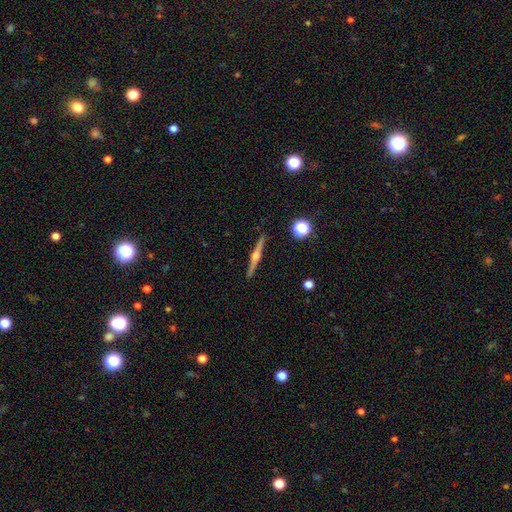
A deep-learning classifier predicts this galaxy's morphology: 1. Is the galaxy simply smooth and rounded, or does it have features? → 81% featured or disk, 13% smooth, 6% star or artifact.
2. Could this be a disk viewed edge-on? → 98% yes, 2% no.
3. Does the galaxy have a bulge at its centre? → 93% rounded, 4% boxy, 3% none.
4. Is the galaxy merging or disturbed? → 92% none, 6% minor disturbance, 1% major disturbance, 1% merger.